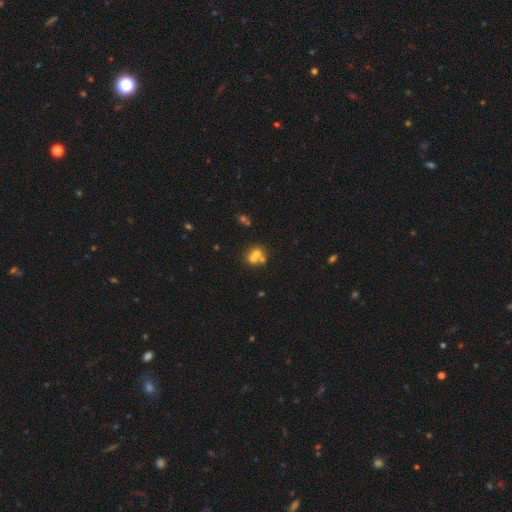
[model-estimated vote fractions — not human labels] Morphology: type=smooth (56%); roundness=round (70%); merging=merger (53%).